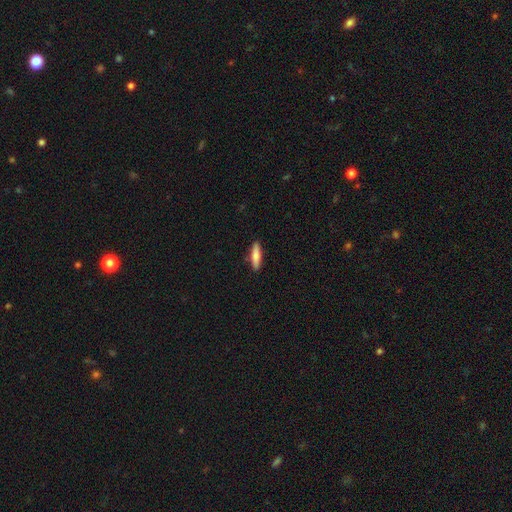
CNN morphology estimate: type=smooth (77%); roundness=cigar-shaped (73%); merging=none (89%).